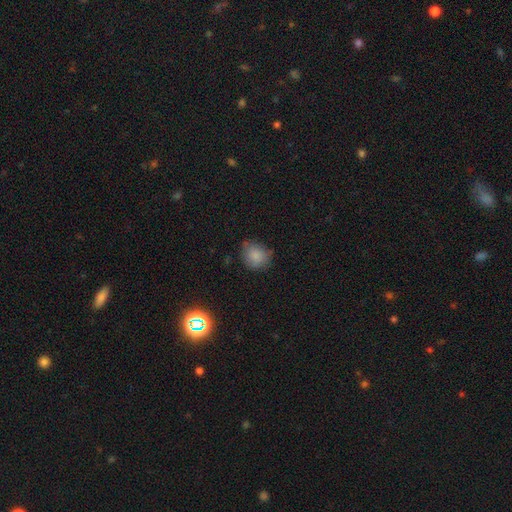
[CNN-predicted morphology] This appears to be a smooth galaxy with no disk features (84%) that is round (75%). Merging: none (70%).